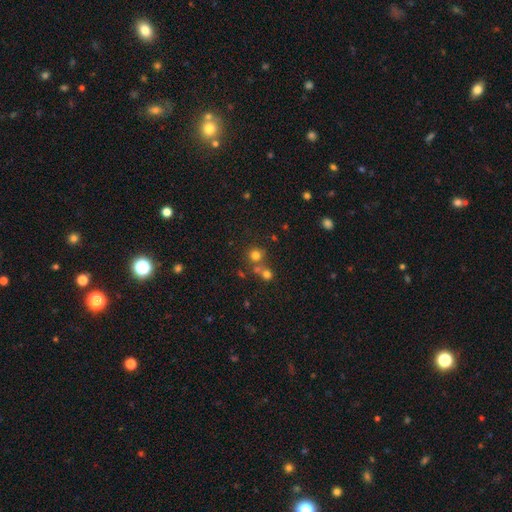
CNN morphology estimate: Smooth or featured? smooth (71%)
How rounded? round (90%)
Merging? none (59%)